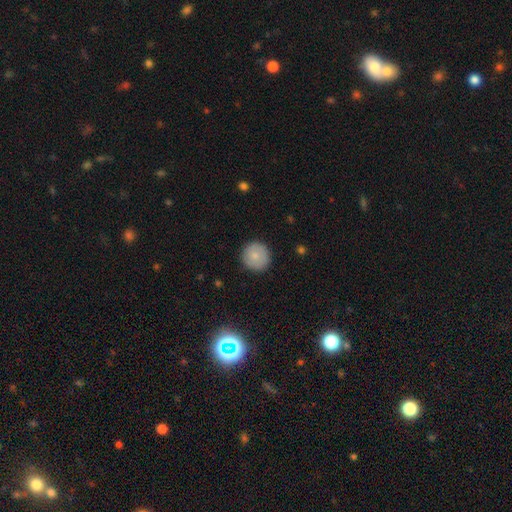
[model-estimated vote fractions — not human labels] smooth 81%, featured or disk 12%, star or artifact 7%. Down the decision tree: how rounded — round (95%); merging — none (89%).